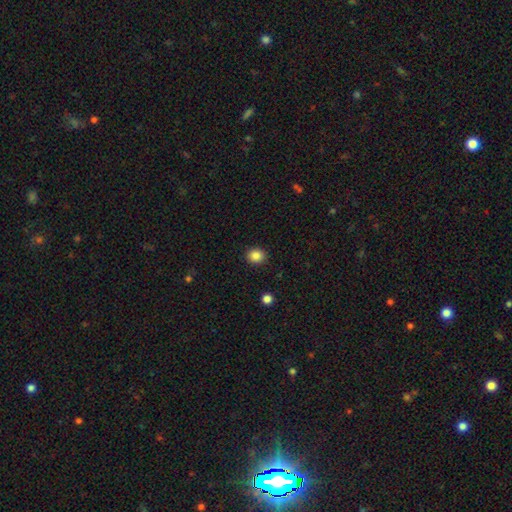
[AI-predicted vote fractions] Smooth or featured? Predicted: smooth (p=0.86). How rounded? Predicted: round (p=0.71). Merging? Predicted: none (p=0.90).